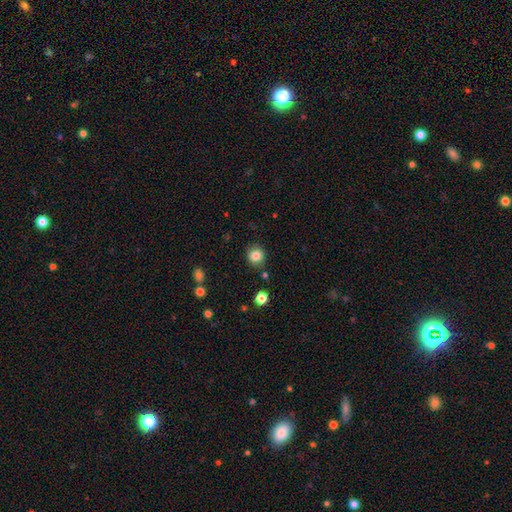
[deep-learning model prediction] The model was most divided on "how rounded": round: 85%, in between: 14%, cigar-shaped: 1%. More confident: merging — none (85%); smooth or featured — smooth (83%).